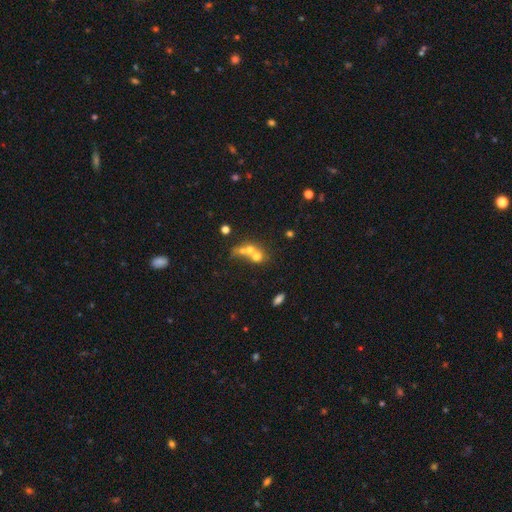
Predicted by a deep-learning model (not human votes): smooth-or-featured: smooth: 55% | featured or disk: 29% | star or artifact: 16%
  how-rounded: round: 70% | in between: 28% | cigar-shaped: 2%
  merging: merger: 64% | none: 24% | minor disturbance: 6% | major disturbance: 5%